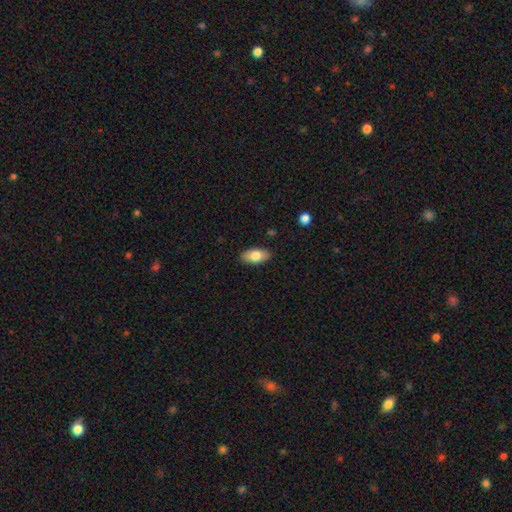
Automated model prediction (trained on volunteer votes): A smooth galaxy with no disk features (80%) that is in between round and cigar-shaped (92%). Merging: none (88%).